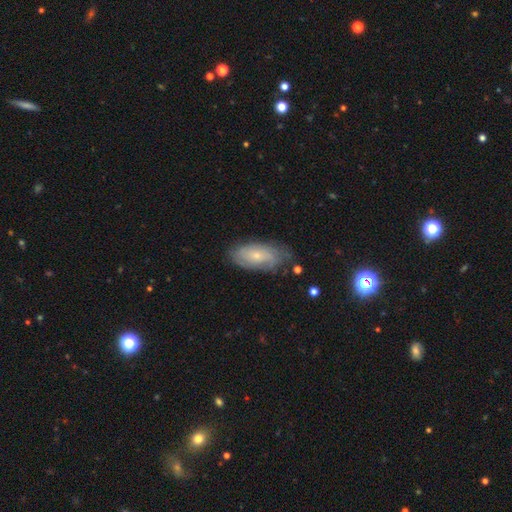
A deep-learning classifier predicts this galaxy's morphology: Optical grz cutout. It shows a featured or disk galaxy (49%). Merging: none (73%).